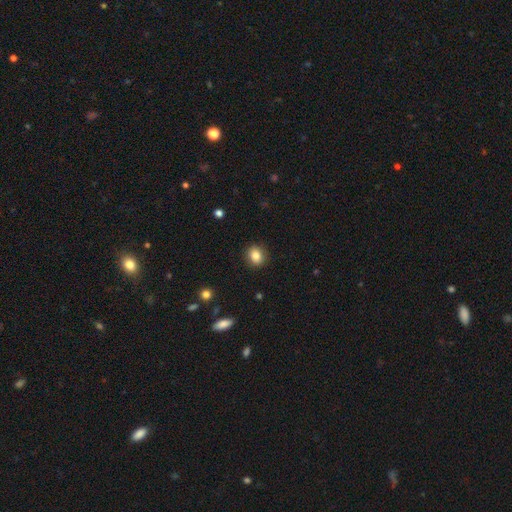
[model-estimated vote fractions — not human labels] smooth-or-featured: smooth: 84% | star or artifact: 10% | featured or disk: 6%
  how-rounded: round: 62% | in between: 36% | cigar-shaped: 1%
  merging: none: 89% | minor disturbance: 8% | major disturbance: 2% | merger: 1%